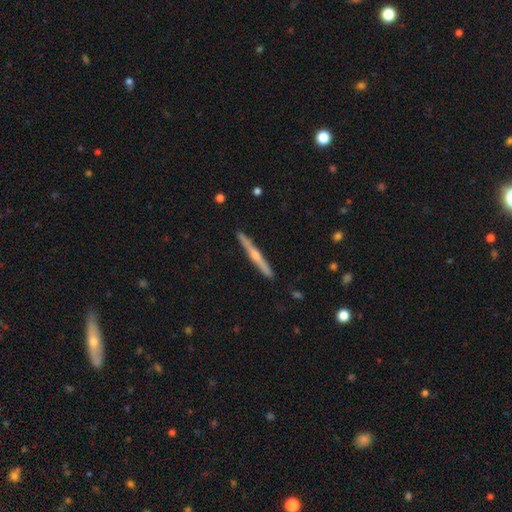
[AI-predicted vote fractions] Overall: featured or disk (67%; smooth 28%). Edge-on disk: yes (98%). Edge-on bulge: rounded (73%). Merging: none (91%).